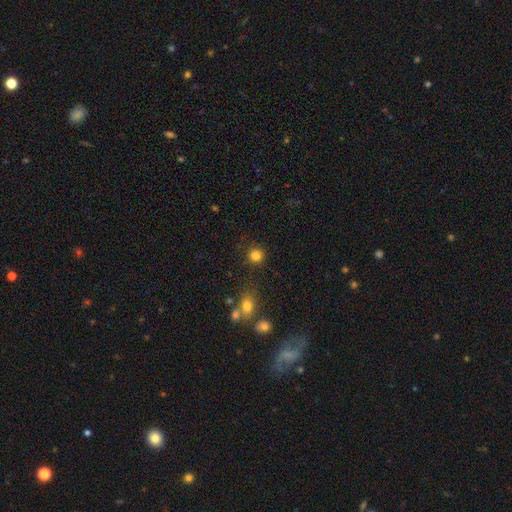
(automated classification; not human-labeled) This appears to be a smooth galaxy with no disk features (83%) that is round (92%). Merging: none (87%).